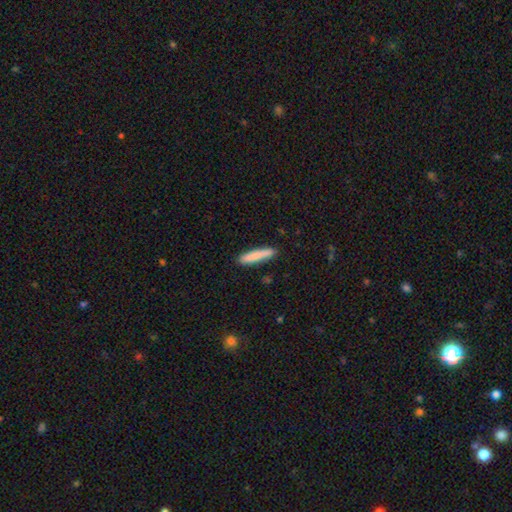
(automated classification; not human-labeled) Smooth or featured? smooth (83%)
How rounded? cigar-shaped (91%)
Merging? none (85%)